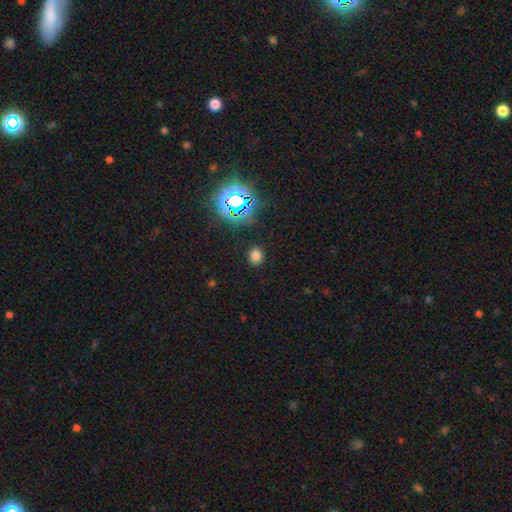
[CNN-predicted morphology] A smooth galaxy with no disk features (72%) that is round (70%). Merging: none (88%).